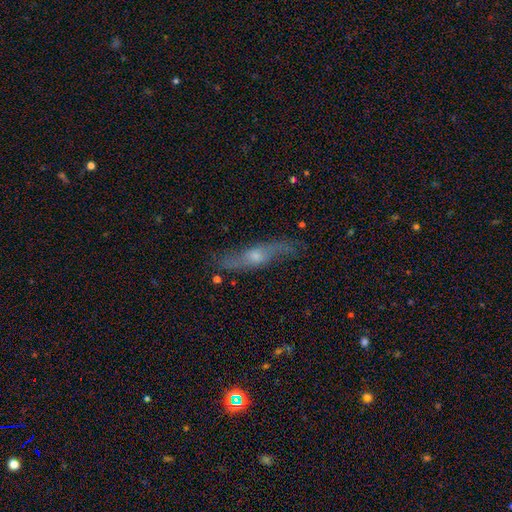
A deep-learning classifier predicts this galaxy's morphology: Smooth or featured? featured or disk (69%)
Edge-on disk? yes (55%)
Merging? none (77%)